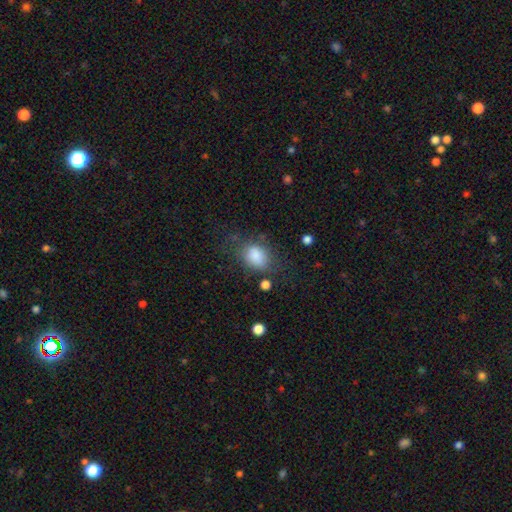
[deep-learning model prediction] The model was most divided on "merging": none: 59%, minor disturbance: 23%, major disturbance: 14%, merger: 4%. More confident: smooth or featured — smooth (84%); how rounded — in between (68%).